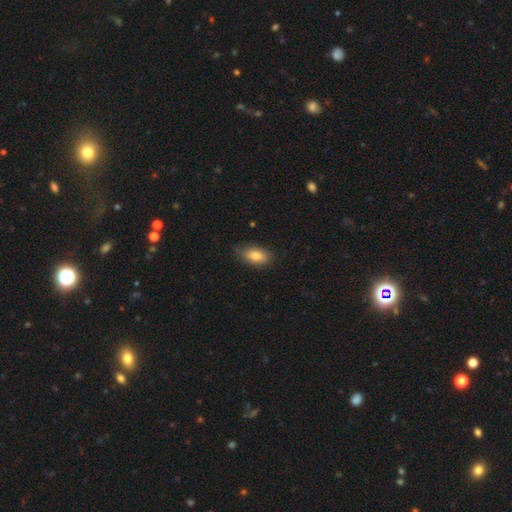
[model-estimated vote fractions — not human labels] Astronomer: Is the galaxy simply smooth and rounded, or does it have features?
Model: smooth — 81%.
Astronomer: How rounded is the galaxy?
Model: in between — 90%.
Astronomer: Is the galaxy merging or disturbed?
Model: none — 75%.